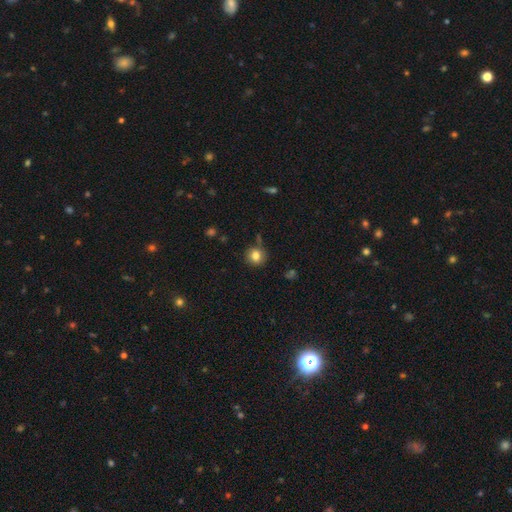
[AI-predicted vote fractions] Smooth or featured? smooth (82%)
How rounded? round (88%)
Merging? none (79%)